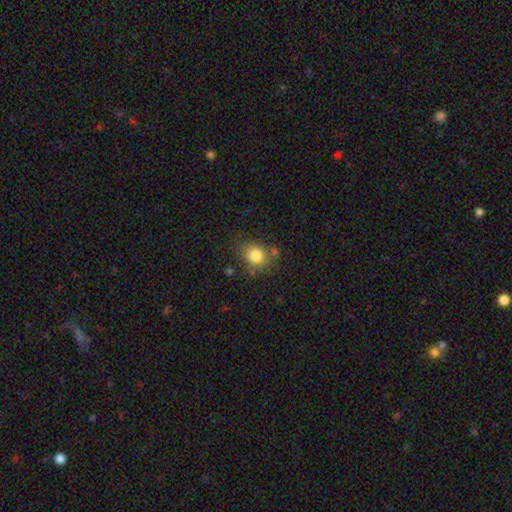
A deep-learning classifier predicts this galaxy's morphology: Smooth or featured?
  - smooth: 82% *
  - star or artifact: 10%
  - featured or disk: 8%
How rounded?
  - round: 67% *
  - in between: 32%
  - cigar-shaped: 1%
Merging?
  - none: 71% *
  - minor disturbance: 17%
  - merger: 7%
  - major disturbance: 5%